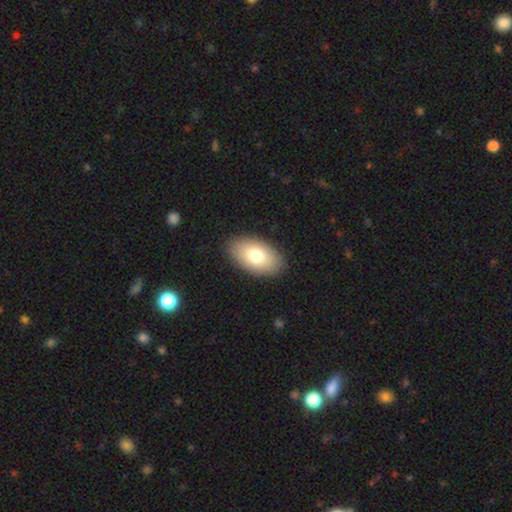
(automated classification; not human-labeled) Smooth or featured?
  - smooth: 77% *
  - featured or disk: 15%
  - star or artifact: 8%
How rounded?
  - in between: 93% *
  - round: 5%
  - cigar-shaped: 1%
Merging?
  - none: 89% *
  - minor disturbance: 8%
  - major disturbance: 2%
  - merger: 1%